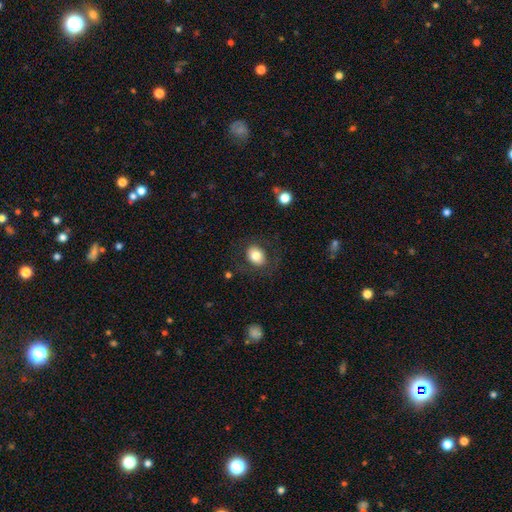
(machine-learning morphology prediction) type=smooth (79%); roundness=in between (53%); merging=none (80%).